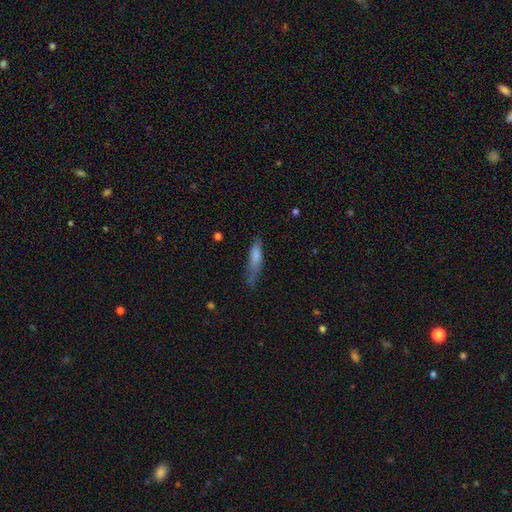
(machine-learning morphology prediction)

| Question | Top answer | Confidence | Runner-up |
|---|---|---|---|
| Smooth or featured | smooth | 78% | featured or disk (15%) |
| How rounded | cigar-shaped | 66% | in between (32%) |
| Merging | none | 48% | minor disturbance (35%) |